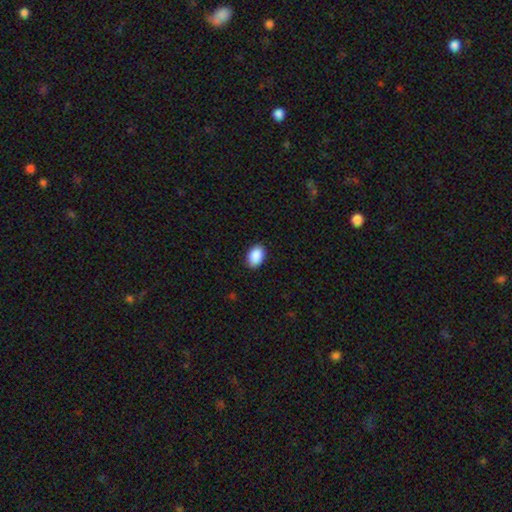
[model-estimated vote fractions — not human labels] Smooth or featured?
  - smooth: 90% *
  - star or artifact: 7%
  - featured or disk: 3%
How rounded?
  - in between: 89% *
  - round: 10%
  - cigar-shaped: 1%
Merging?
  - none: 89% *
  - minor disturbance: 8%
  - major disturbance: 2%
  - merger: 1%